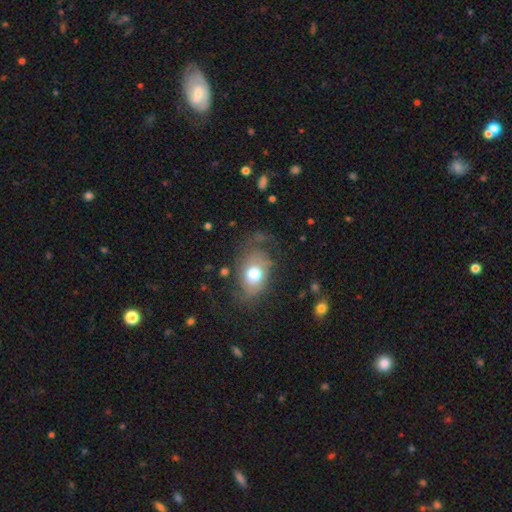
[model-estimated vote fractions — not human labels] smooth-or-featured: smooth: 46% | featured or disk: 42% | star or artifact: 12%
  merging: none: 62% | minor disturbance: 21% | major disturbance: 15% | merger: 2%